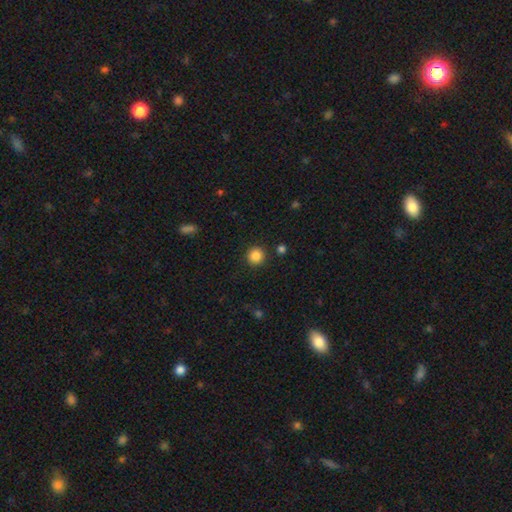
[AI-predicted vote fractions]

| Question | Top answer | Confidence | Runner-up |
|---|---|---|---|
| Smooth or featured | smooth | 86% | star or artifact (10%) |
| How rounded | round | 94% | in between (5%) |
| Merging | none | 90% | minor disturbance (6%) |